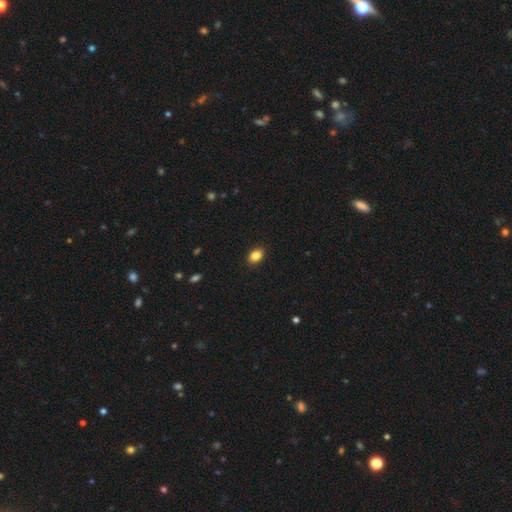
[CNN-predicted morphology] Overall: smooth (86%). How rounded: in between (73%). Merging: none (90%).